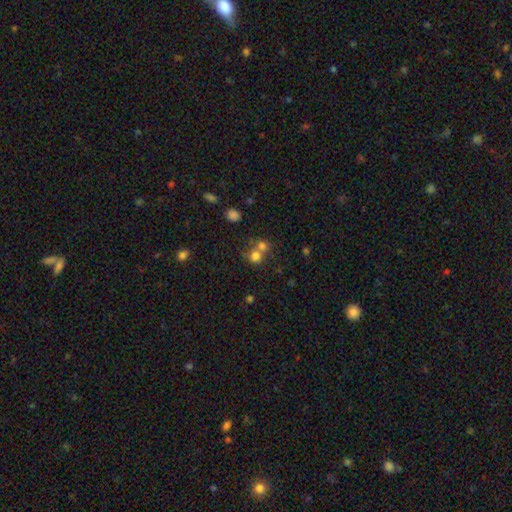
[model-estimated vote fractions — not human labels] Smooth or featured? smooth (74%)
How rounded? round (82%)
Merging? merger (49%)